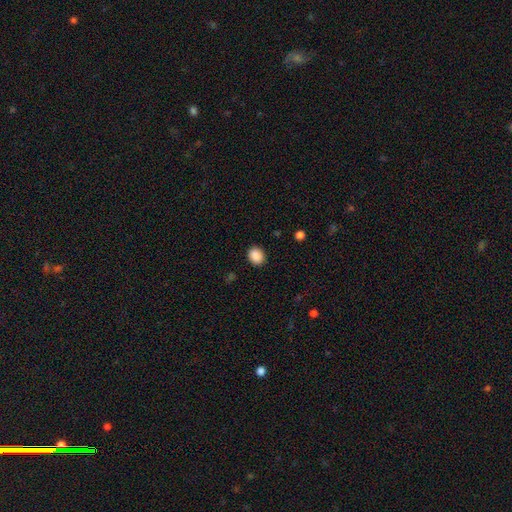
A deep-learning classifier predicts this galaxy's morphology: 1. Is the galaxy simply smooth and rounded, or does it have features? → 89% smooth, 9% star or artifact, 2% featured or disk.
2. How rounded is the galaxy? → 57% round, 42% in between, 1% cigar-shaped.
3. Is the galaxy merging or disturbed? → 89% none, 7% minor disturbance, 2% major disturbance, 1% merger.